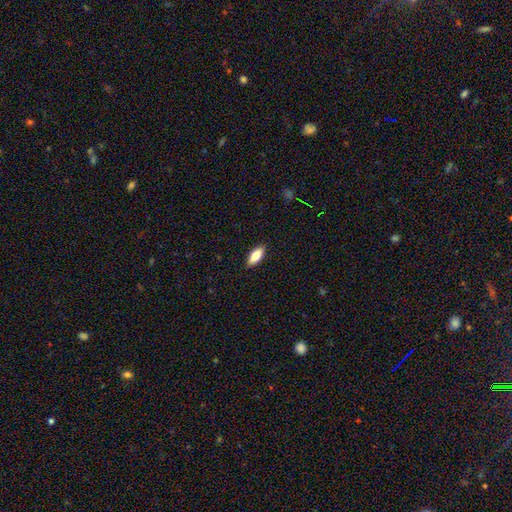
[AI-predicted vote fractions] A smooth galaxy with no disk features (76%) that is in between round and cigar-shaped (79%).

Vote fractions:
- Smooth or featured? smooth: 76% / featured or disk: 18% / star or artifact: 6%
- How rounded? in between: 79% / cigar-shaped: 18% / round: 2%
- Merging? none: 89% / minor disturbance: 9% / major disturbance: 2% / merger: 1%